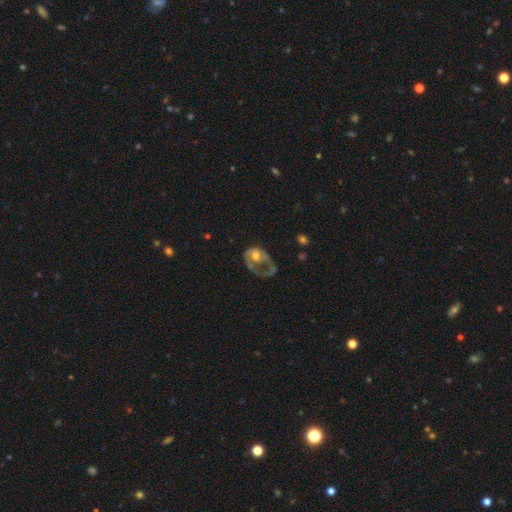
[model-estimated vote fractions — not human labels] A featured or disk galaxy (52%) with no bar (85%), no spiral arms (72%) and a moderate central bulge (63%). Merging: major disturbance (61%).